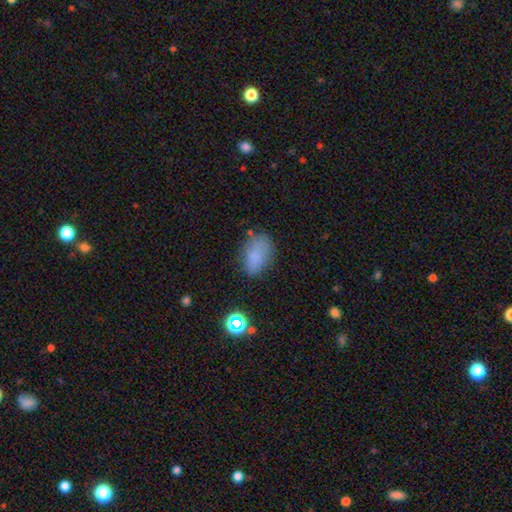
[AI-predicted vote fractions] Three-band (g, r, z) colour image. It shows a smooth galaxy with no disk features (77%) that is in between round and cigar-shaped (86%). Merging: none (66%).